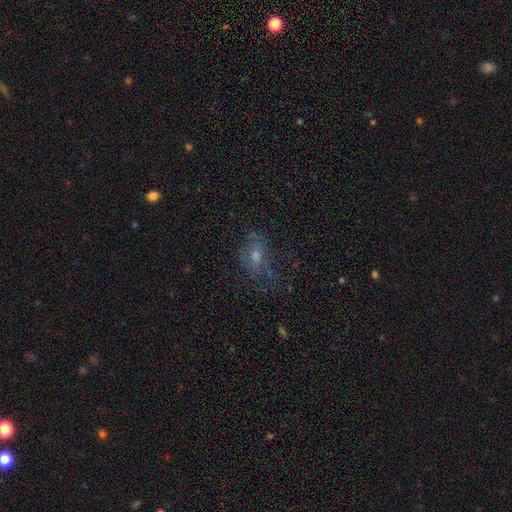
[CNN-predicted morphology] This is marginally a smooth galaxy (43%). Merging: possibly none (52%).